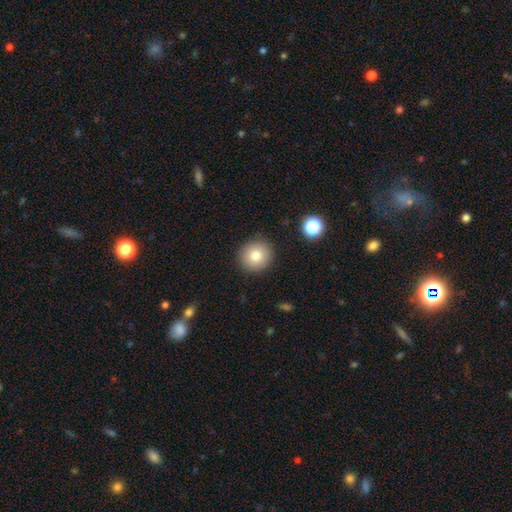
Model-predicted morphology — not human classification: This is likely a smooth galaxy (80%). How rounded: clearly round (91%). Merging: clearly none (90%).